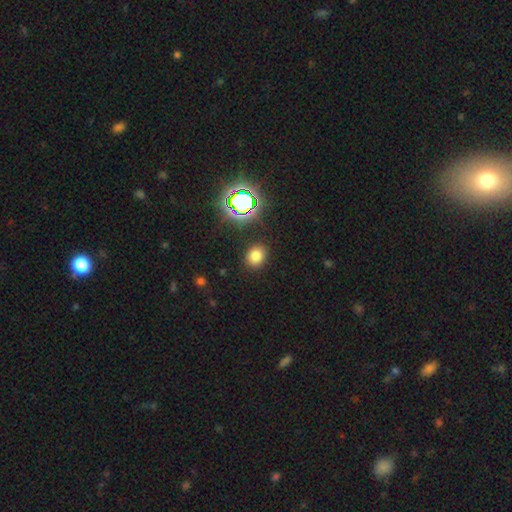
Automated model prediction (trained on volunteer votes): Smooth or featured? smooth (75%)
How rounded? round (59%)
Merging? none (88%)